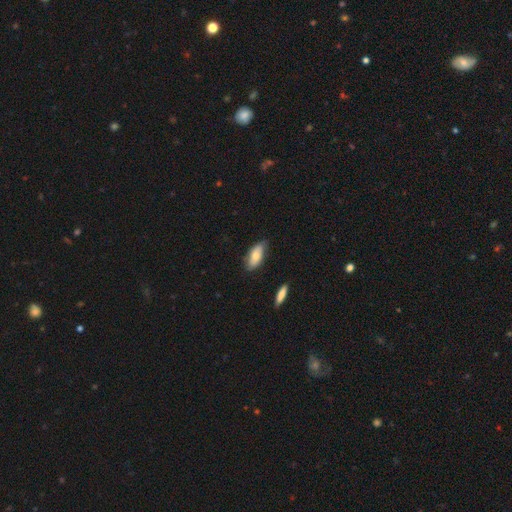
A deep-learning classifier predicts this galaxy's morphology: A smooth galaxy with no disk features (70%) that is in between round and cigar-shaped (86%).

Vote fractions:
- Smooth or featured? smooth: 70% / featured or disk: 23% / star or artifact: 6%
- How rounded? in between: 86% / cigar-shaped: 12% / round: 2%
- Merging? none: 74% / minor disturbance: 21% / major disturbance: 3% / merger: 2%